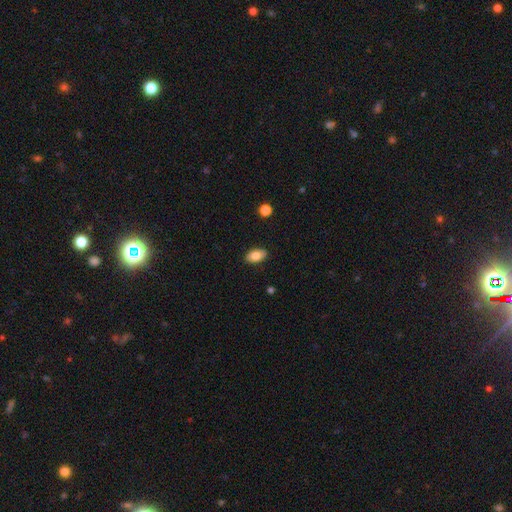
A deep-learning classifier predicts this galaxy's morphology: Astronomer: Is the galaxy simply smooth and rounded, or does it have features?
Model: smooth — 82%.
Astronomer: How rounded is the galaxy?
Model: in between — 93%.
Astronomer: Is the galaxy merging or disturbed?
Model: none — 89%.